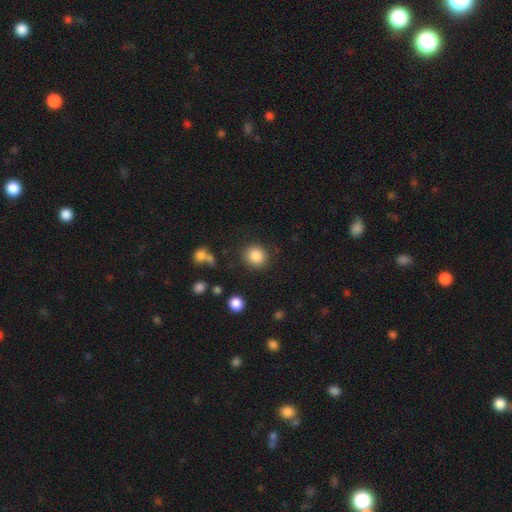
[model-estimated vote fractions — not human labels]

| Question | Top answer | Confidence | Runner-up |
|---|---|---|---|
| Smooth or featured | smooth | 86% | star or artifact (9%) |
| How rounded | round | 87% | in between (12%) |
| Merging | none | 86% | minor disturbance (8%) |